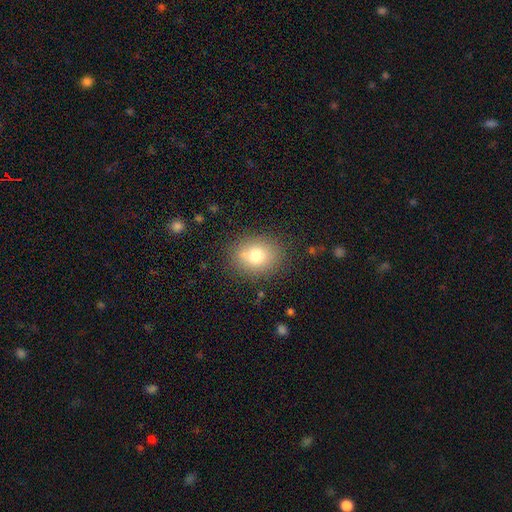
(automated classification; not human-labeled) Overall: smooth (75%). How rounded: round (55%; in between 44%). Merging: none (79%).